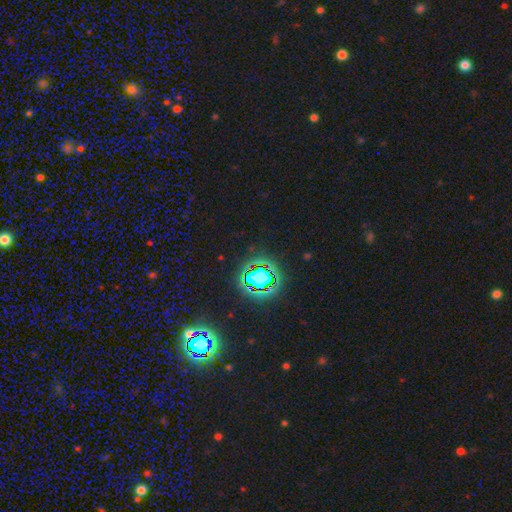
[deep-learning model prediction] smooth_or_featured: star or artifact (p=0.83) [alt: smooth p=0.11]